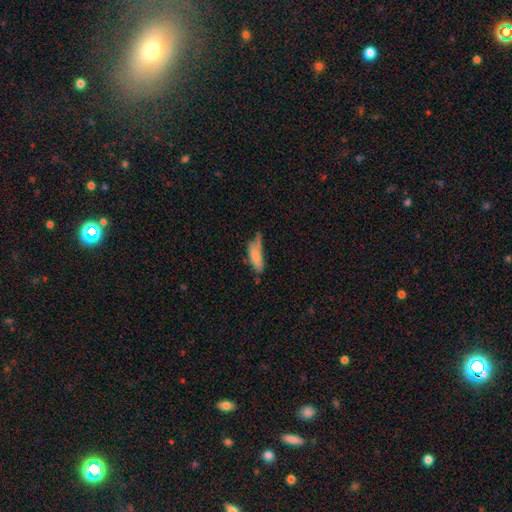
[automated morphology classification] This is likely a smooth galaxy (74%). How rounded: possibly in between (56%). Merging: marginally minor disturbance (34%).